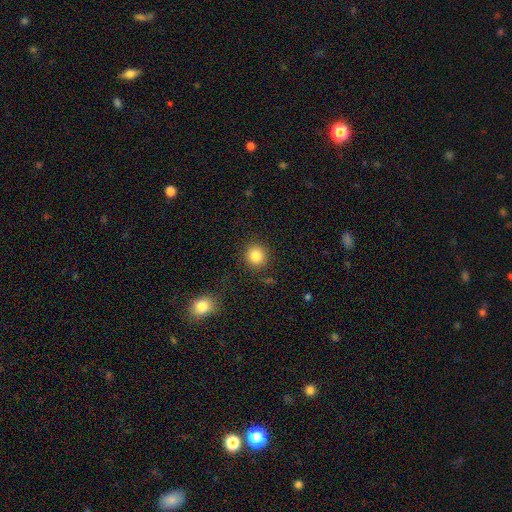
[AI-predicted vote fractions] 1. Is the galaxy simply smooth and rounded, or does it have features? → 85% smooth, 10% star or artifact, 5% featured or disk.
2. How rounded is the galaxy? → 90% round, 9% in between, 1% cigar-shaped.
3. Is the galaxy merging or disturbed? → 87% none, 8% minor disturbance, 3% major disturbance, 2% merger.